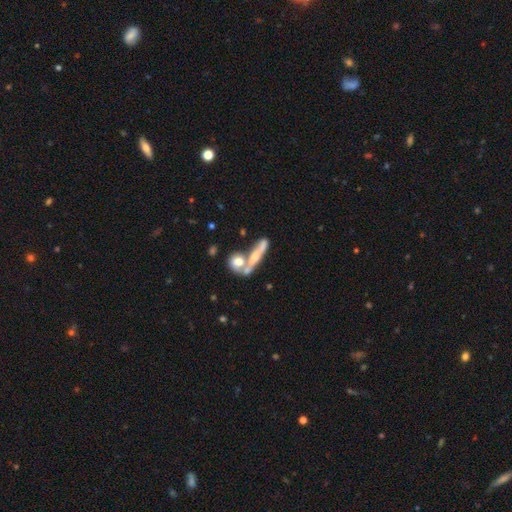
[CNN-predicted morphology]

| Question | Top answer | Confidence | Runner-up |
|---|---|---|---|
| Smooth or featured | featured or disk | 49% | smooth (41%) |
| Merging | merger | 47% | none (32%) |